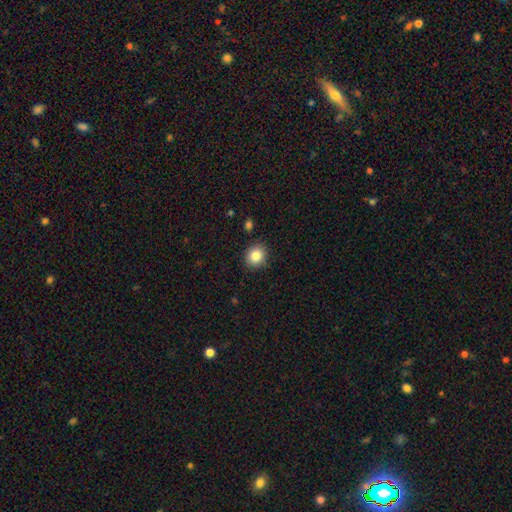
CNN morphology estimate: smooth 84%, star or artifact 10%, featured or disk 6%. Down the decision tree: how rounded — round (73%); merging — none (88%).